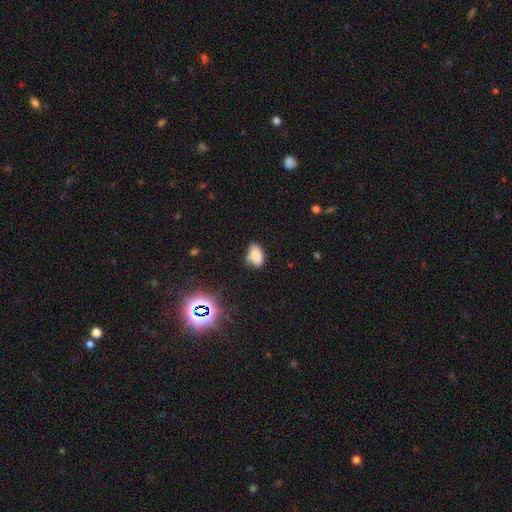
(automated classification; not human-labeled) A smooth galaxy with no disk features (80%) that is in between round and cigar-shaped (87%). Merging: none (59%).